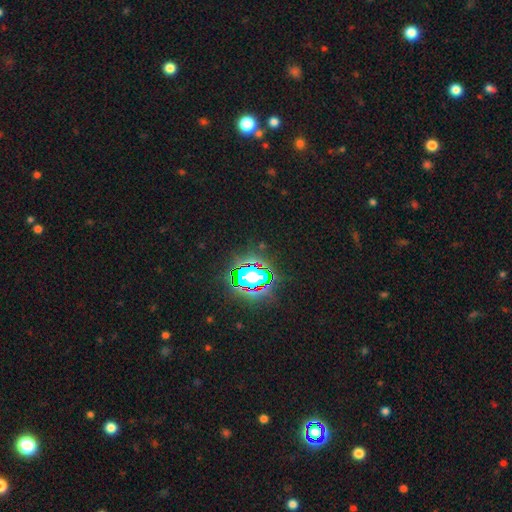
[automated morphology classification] This is clearly a star or artifact rather than a galaxy (82%).